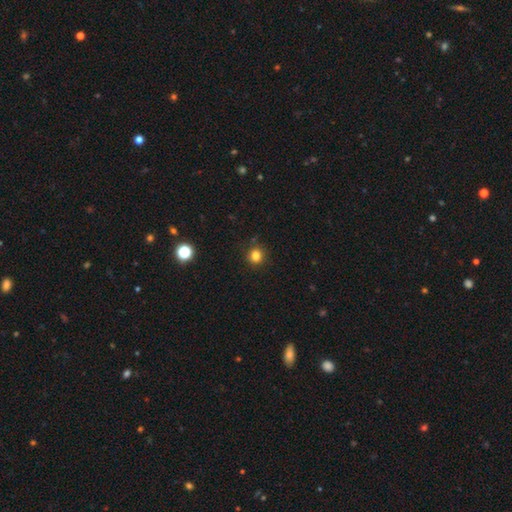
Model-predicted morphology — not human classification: Smooth or featured: smooth — 82% (star or artifact — 13%)
How rounded: round — 92% (in between — 7%)
Merging: none — 90% (minor disturbance — 7%)